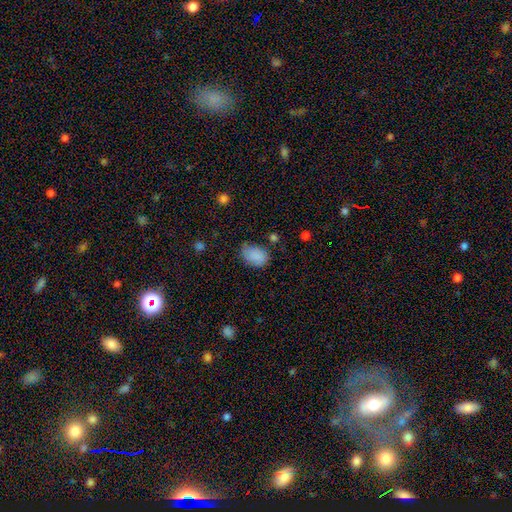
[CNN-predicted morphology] Q: Smooth or featured?
A: smooth (83%); runner-up: star or artifact (9%)
Q: How rounded?
A: in between (81%); runner-up: round (18%)
Q: Merging?
A: none (57%); runner-up: minor disturbance (32%)